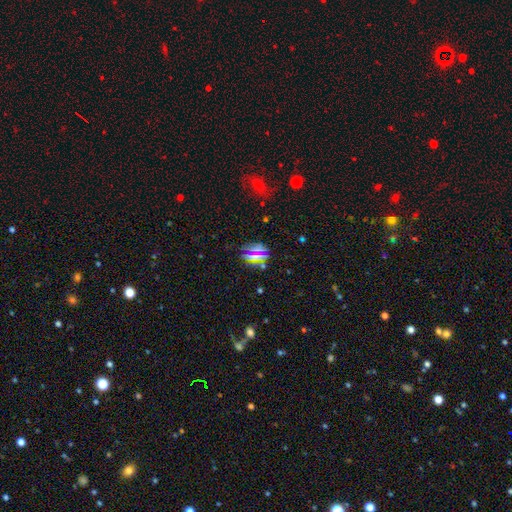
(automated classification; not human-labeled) This is possibly a smooth galaxy (56%). How rounded: possibly in between (58%). Merging: likely none (74%).